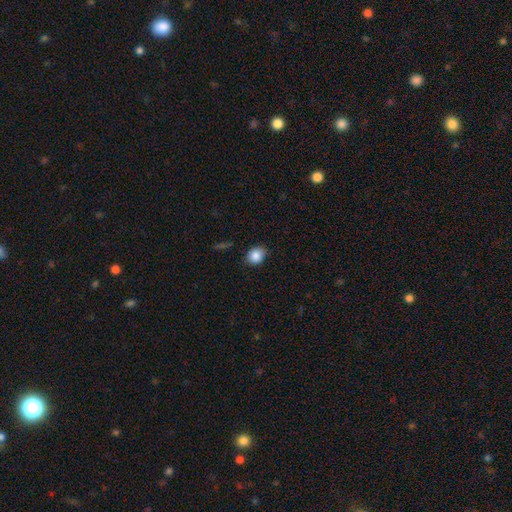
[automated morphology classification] type=smooth (87%); roundness=round (50%); merging=none (80%).